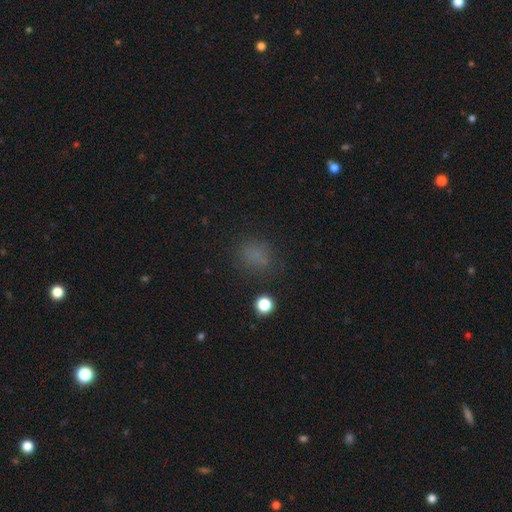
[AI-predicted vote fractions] Smooth or featured? Predicted: smooth (p=0.71). How rounded? Predicted: round (p=0.61). Merging? Predicted: none (p=0.77).